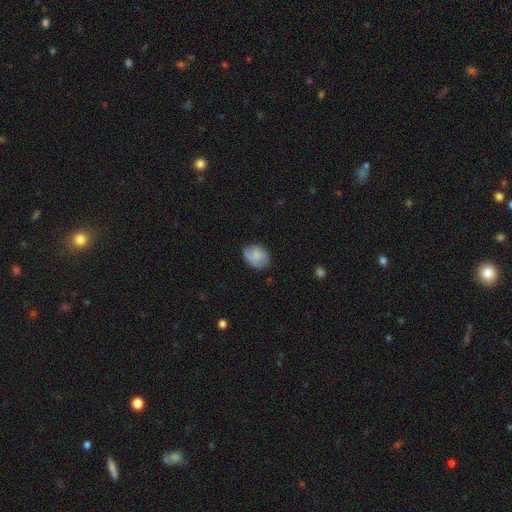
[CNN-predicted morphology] Overall: smooth (71%). How rounded: in between (60%; round 39%). Merging: none (69%).